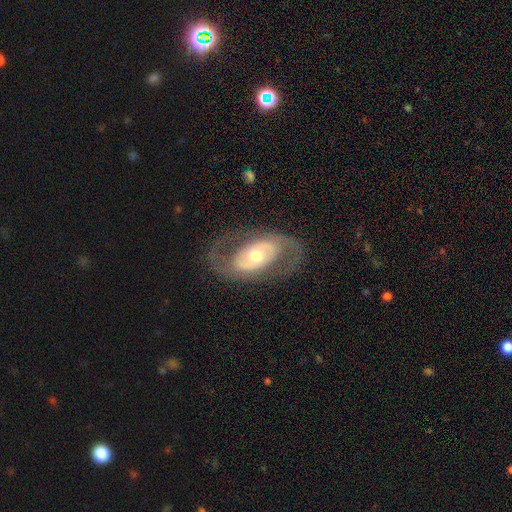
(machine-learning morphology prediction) Smooth or featured? Predicted: featured or disk (p=0.81). Edge-on disk? Predicted: no (p=0.94). Bar? Predicted: no (p=0.60). Spiral arms? Predicted: yes (p=0.79). Spiral winding? Predicted: medium (p=0.48). Spiral arm count? Predicted: 2 (p=0.88). Bulge size? Predicted: moderate (p=0.69). Merging? Predicted: none (p=0.77).